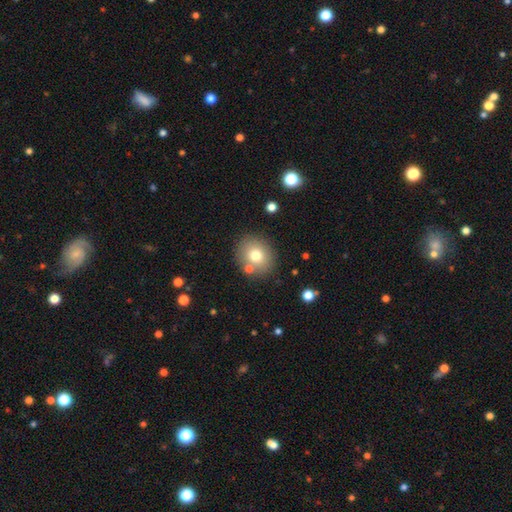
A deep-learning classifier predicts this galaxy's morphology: smooth_or_featured: smooth (p=0.75) [alt: featured or disk p=0.14]
how_rounded: round (p=0.76) [alt: in between p=0.24]
merging: none (p=0.80) [alt: minor disturbance p=0.09]